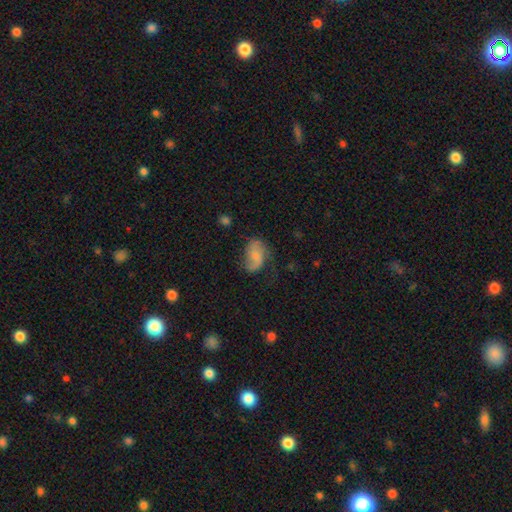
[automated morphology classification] This appears to be a smooth galaxy with no disk features (47%). Merging: none (51%).